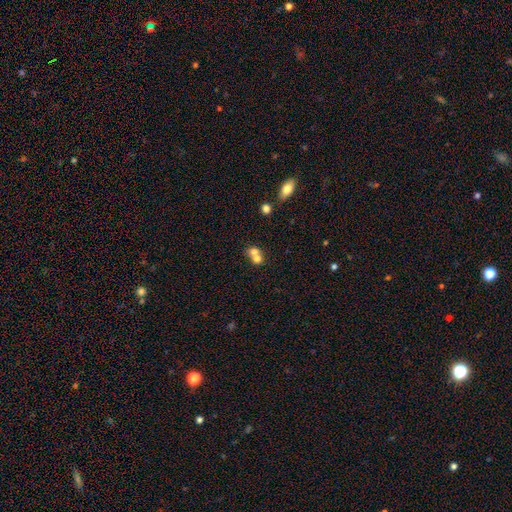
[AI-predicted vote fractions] Overall: smooth (70%). How rounded: round (67%; in between 31%). Merging: merger (65%; none 27%).